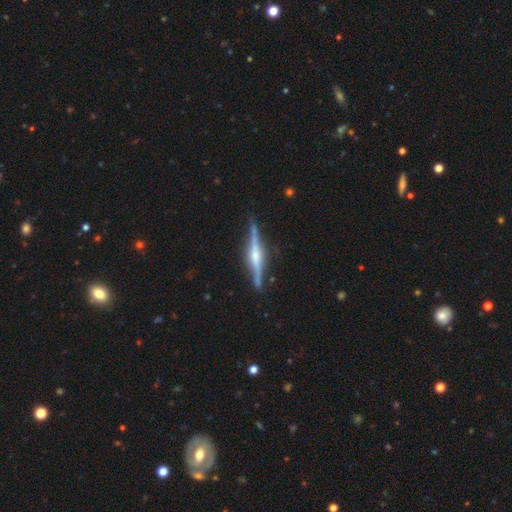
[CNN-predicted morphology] Smooth or featured: featured or disk — 84% (smooth — 11%)
Edge-on disk: yes — 98% (no — 2%)
Edge-on bulge: rounded — 75% (boxy — 19%)
Merging: none — 87% (minor disturbance — 9%)